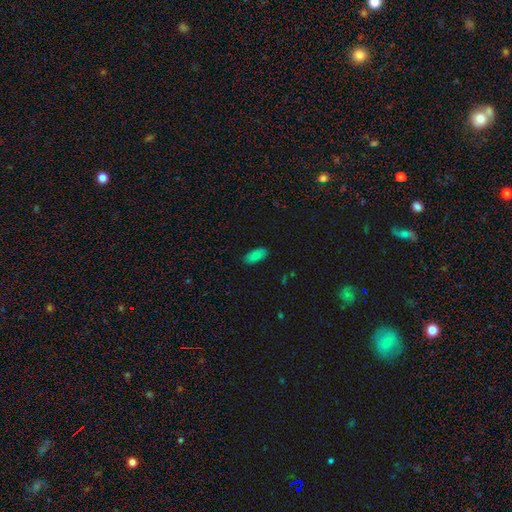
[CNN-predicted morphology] Smooth or featured? Predicted: smooth (p=0.79). How rounded? Predicted: in between (p=0.89). Merging? Predicted: none (p=0.87).